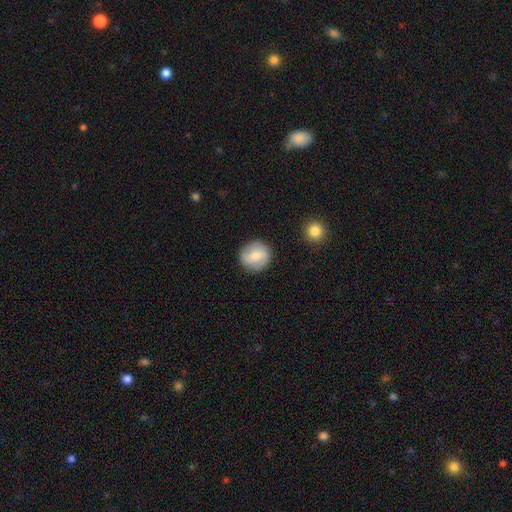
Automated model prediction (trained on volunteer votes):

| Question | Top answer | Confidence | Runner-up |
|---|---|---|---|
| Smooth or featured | smooth | 67% | featured or disk (26%) |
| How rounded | round | 92% | in between (7%) |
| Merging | none | 87% | minor disturbance (9%) |